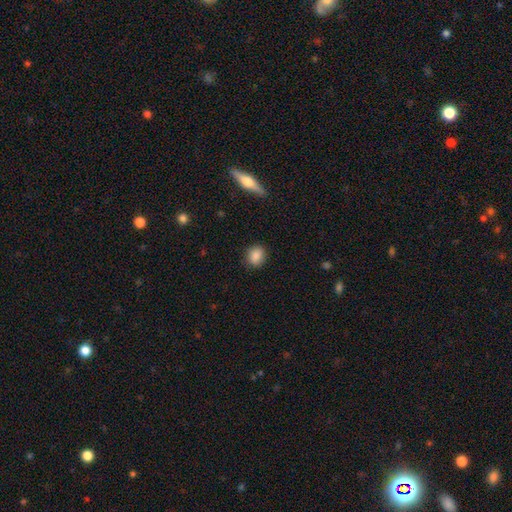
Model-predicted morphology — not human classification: Q: Smooth or featured?
A: smooth (86%); runner-up: star or artifact (9%)
Q: How rounded?
A: round (69%); runner-up: in between (30%)
Q: Merging?
A: none (87%); runner-up: minor disturbance (9%)